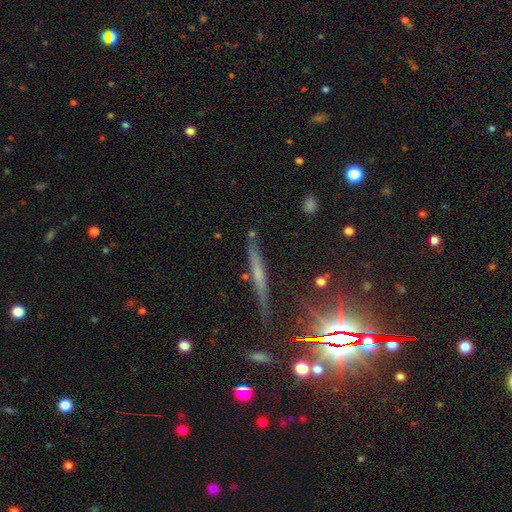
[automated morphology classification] type=featured or disk (44%); merging=none (79%).